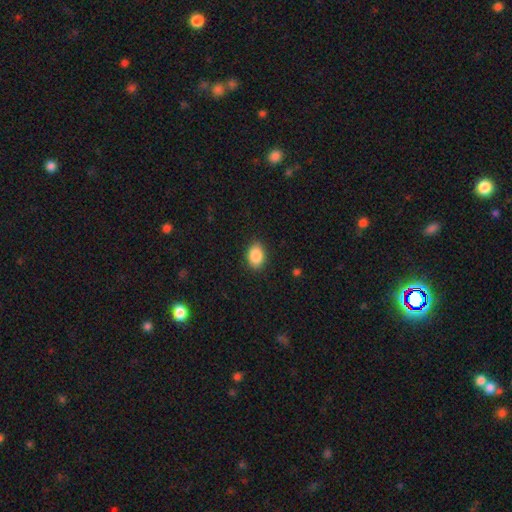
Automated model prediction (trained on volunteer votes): Smooth or featured: smooth — 88% (star or artifact — 8%)
How rounded: in between — 81% (round — 18%)
Merging: none — 88% (minor disturbance — 9%)